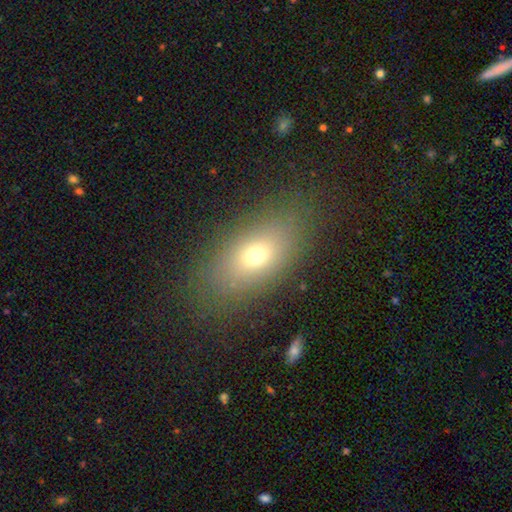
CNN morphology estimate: The model was most divided on "smooth or featured": smooth: 68%, featured or disk: 17%, star or artifact: 14%. More confident: how rounded — in between (83%); merging — none (80%).